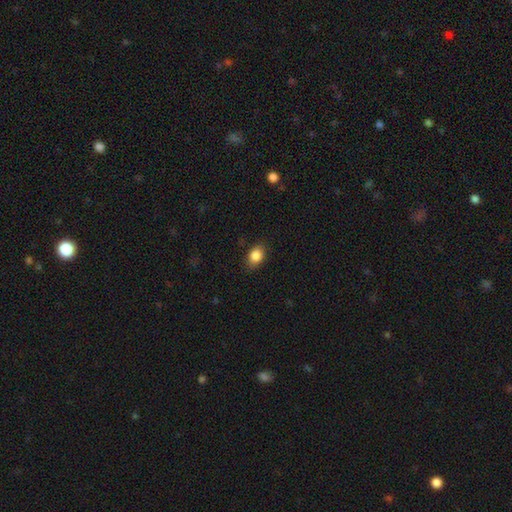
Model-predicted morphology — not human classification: smooth_or_featured: smooth (p=0.86) [alt: star or artifact p=0.09]
how_rounded: in between (p=0.72) [alt: round p=0.26]
merging: none (p=0.83) [alt: minor disturbance p=0.13]